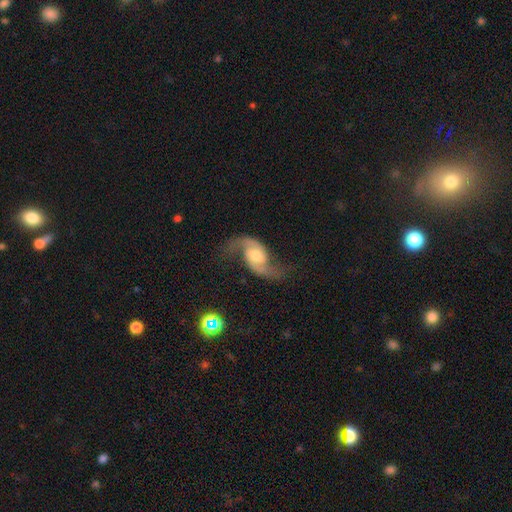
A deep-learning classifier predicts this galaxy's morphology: Q: Smooth or featured?
A: featured or disk (89%); runner-up: smooth (5%)
Q: Edge-on disk?
A: no (97%); runner-up: yes (3%)
Q: Bar?
A: no (54%); runner-up: weak (36%)
Q: Spiral arms?
A: yes (97%); runner-up: no (3%)
Q: Spiral winding?
A: loose (65%); runner-up: medium (29%)
Q: Spiral arm count?
A: 2 (94%); runner-up: can't tell (2%)
Q: Bulge size?
A: moderate (60%); runner-up: small (27%)
Q: Merging?
A: none (73%); runner-up: minor disturbance (15%)